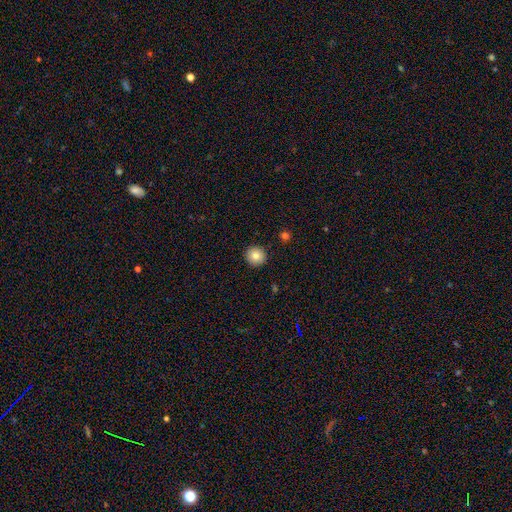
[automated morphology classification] A smooth galaxy with no disk features (82%) that is round (95%).

Vote fractions:
- Smooth or featured? smooth: 82% / star or artifact: 10% / featured or disk: 9%
- How rounded? round: 95% / in between: 4% / cigar-shaped: 1%
- Merging? none: 93% / minor disturbance: 5% / major disturbance: 1% / merger: 1%